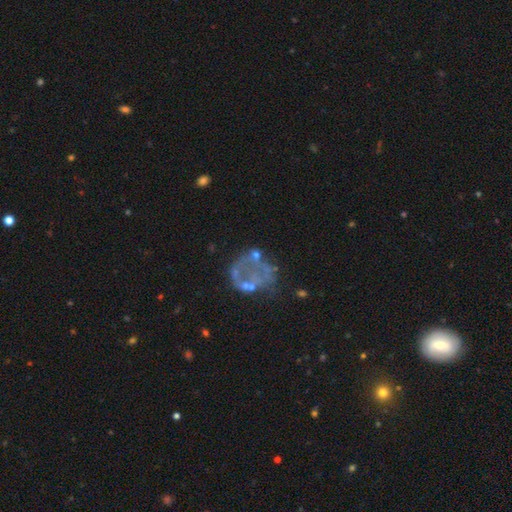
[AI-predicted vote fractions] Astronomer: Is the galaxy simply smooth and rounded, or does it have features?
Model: featured or disk — 58%.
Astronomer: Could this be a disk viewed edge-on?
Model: no — 98%.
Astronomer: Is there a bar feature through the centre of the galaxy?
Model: no — 93%.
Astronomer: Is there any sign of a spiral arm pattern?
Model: no — 90%.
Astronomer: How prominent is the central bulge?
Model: none — 77%.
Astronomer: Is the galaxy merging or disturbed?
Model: none — 39% (runner-up: major disturbance, 29%).